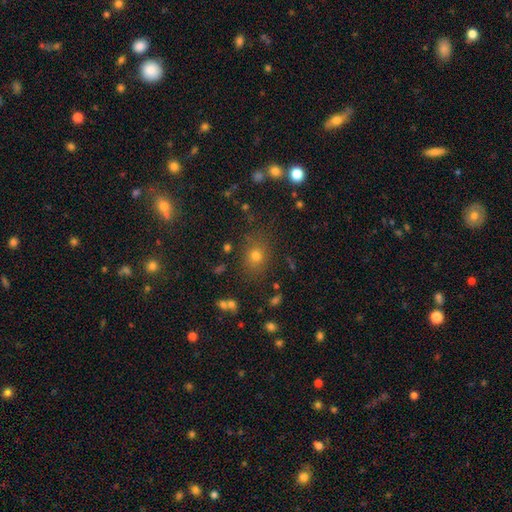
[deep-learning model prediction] Smooth or featured?
  - smooth: 70% *
  - star or artifact: 21%
  - featured or disk: 9%
How rounded?
  - round: 67% *
  - in between: 32%
  - cigar-shaped: 1%
Merging?
  - none: 81% *
  - minor disturbance: 11%
  - major disturbance: 4%
  - merger: 3%